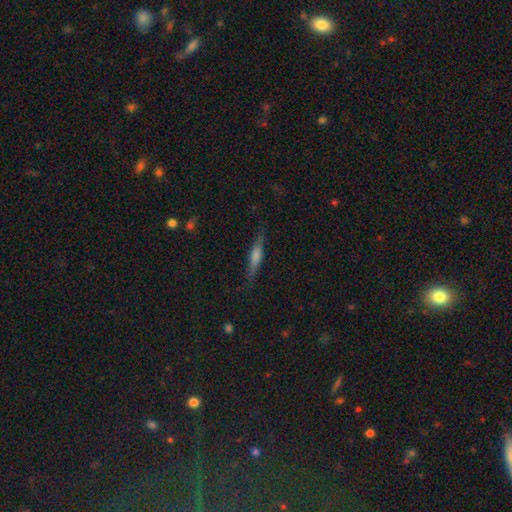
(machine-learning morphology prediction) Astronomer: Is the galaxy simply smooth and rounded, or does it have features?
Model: featured or disk — 59%.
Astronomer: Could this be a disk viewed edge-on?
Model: yes — 96%.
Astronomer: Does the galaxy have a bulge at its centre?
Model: rounded — 55%.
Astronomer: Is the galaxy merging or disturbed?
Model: none — 85%.